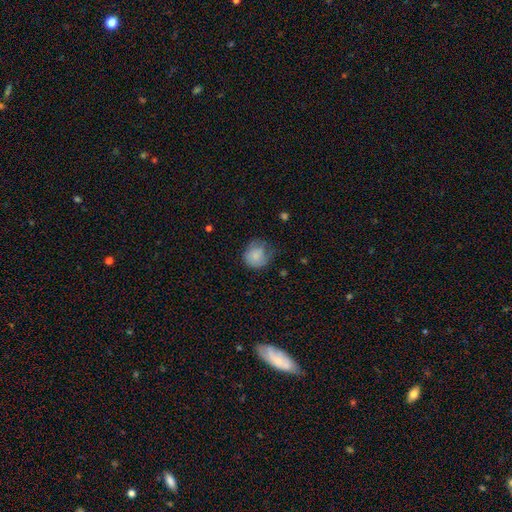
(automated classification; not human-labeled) smooth-or-featured: smooth: 77% | featured or disk: 15% | star or artifact: 8%
  how-rounded: round: 79% | in between: 20% | cigar-shaped: 1%
  merging: none: 46% | minor disturbance: 33% | major disturbance: 19% | merger: 2%